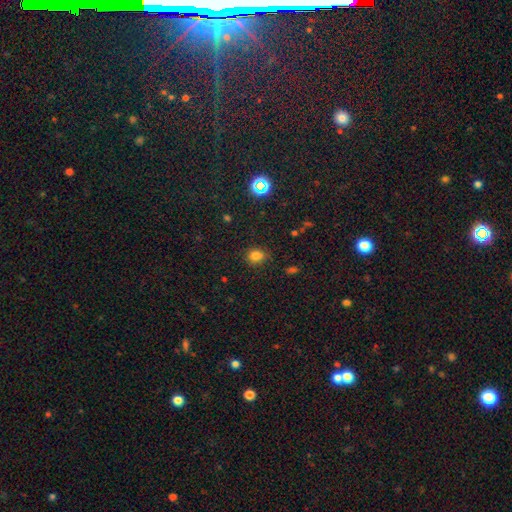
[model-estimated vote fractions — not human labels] smooth 78%, star or artifact 17%, featured or disk 6%. Down the decision tree: how rounded — round (66%); merging — none (79%).